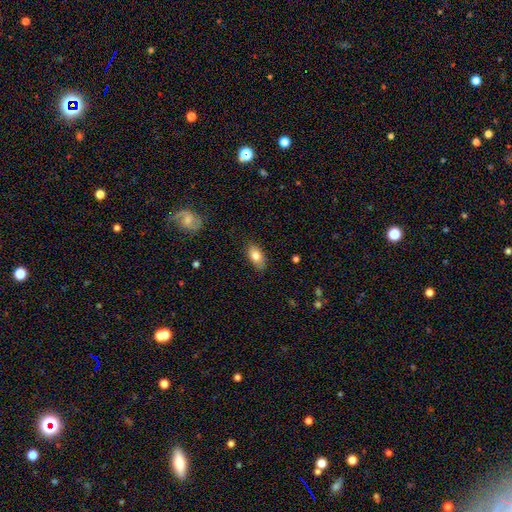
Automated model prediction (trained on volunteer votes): Q: Smooth or featured?
A: smooth (80%); runner-up: featured or disk (13%)
Q: How rounded?
A: in between (90%); runner-up: round (5%)
Q: Merging?
A: none (82%); runner-up: minor disturbance (14%)